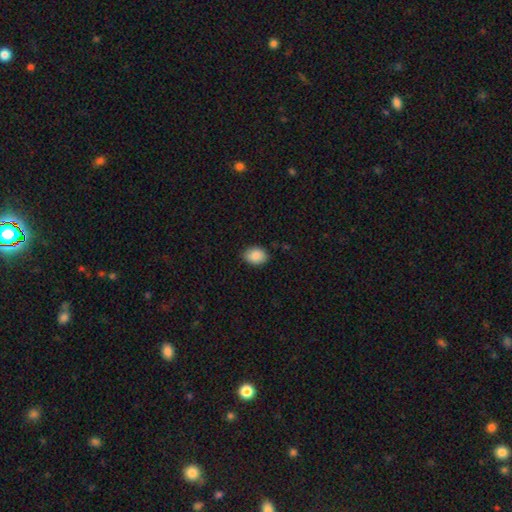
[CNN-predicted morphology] Q: Smooth or featured?
A: smooth (88%); runner-up: star or artifact (7%)
Q: How rounded?
A: in between (71%); runner-up: round (28%)
Q: Merging?
A: none (85%); runner-up: minor disturbance (12%)